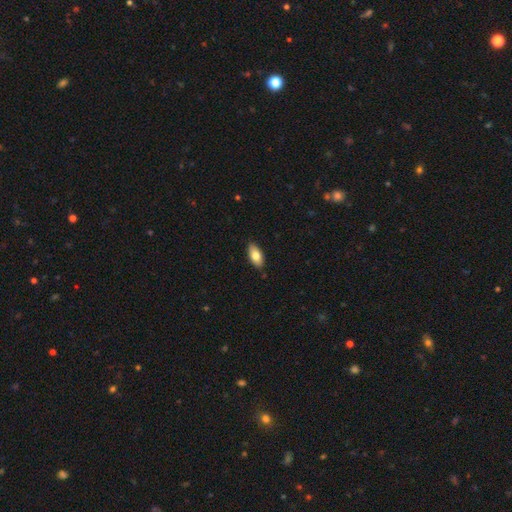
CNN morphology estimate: Smooth or featured: smooth — 78% (featured or disk — 15%)
How rounded: in between — 90% (cigar-shaped — 7%)
Merging: none — 88% (minor disturbance — 10%)